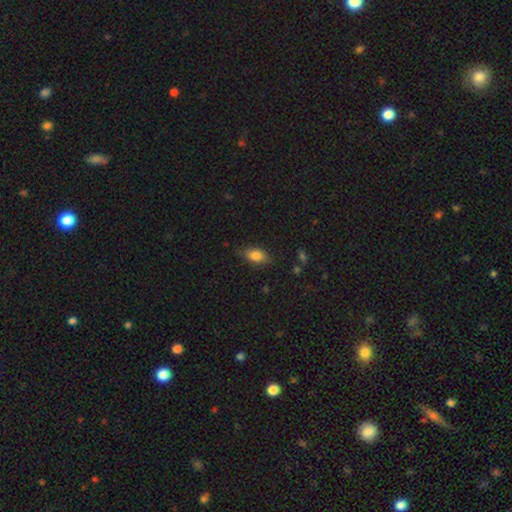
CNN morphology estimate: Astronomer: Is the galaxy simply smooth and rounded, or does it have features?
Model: smooth — 82%.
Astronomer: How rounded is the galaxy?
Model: in between — 85%.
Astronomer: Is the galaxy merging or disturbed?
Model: none — 78%.